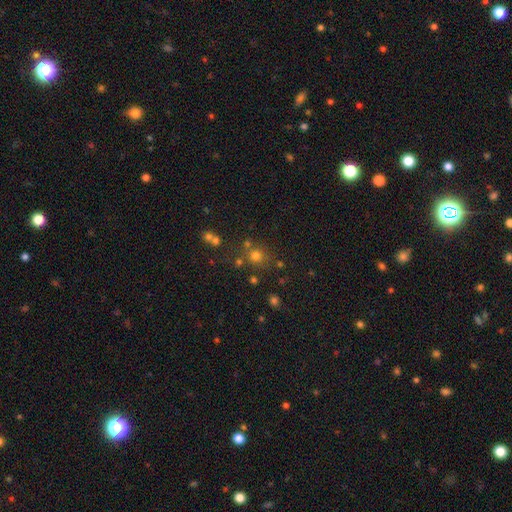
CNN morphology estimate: The model was most divided on "smooth or featured": smooth: 68%, star or artifact: 23%, featured or disk: 9%. More confident: how rounded — round (87%); merging — none (71%).